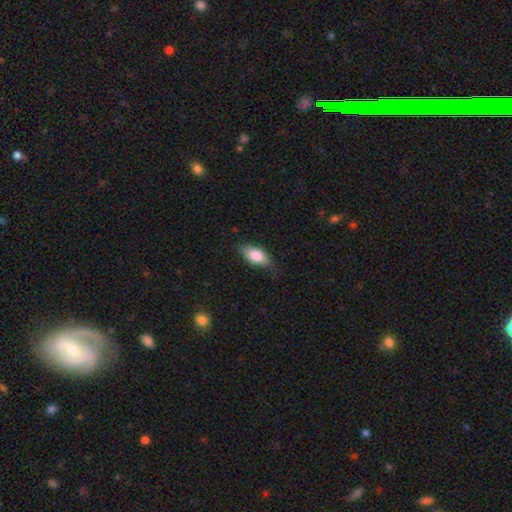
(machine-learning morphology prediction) Smooth or featured? smooth (80%)
How rounded? in between (89%)
Merging? none (69%)